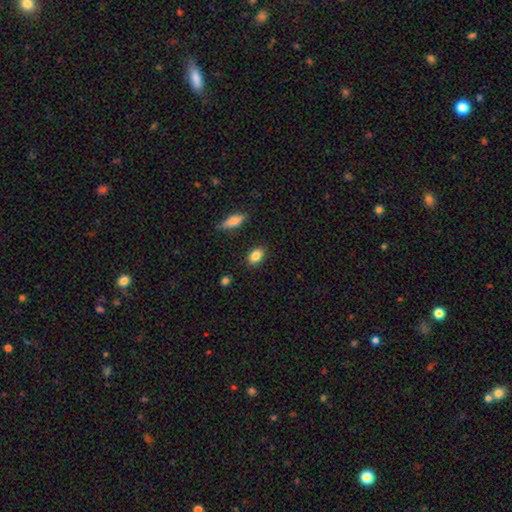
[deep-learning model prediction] A smooth galaxy with no disk features (86%) that is in between round and cigar-shaped (84%). Merging: none (87%).